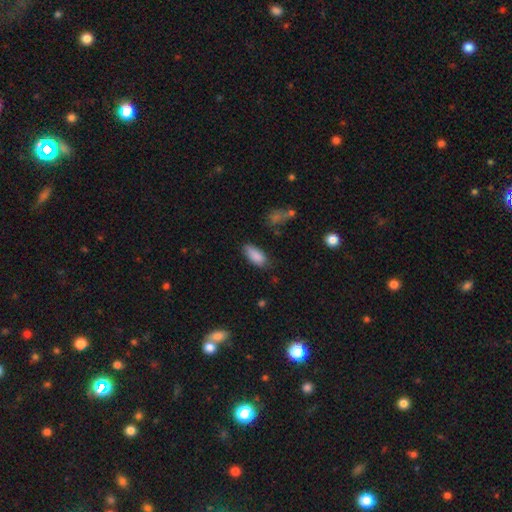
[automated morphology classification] This appears to be a smooth galaxy with no disk features (87%) that is in between round and cigar-shaped (88%). Merging: none (72%).